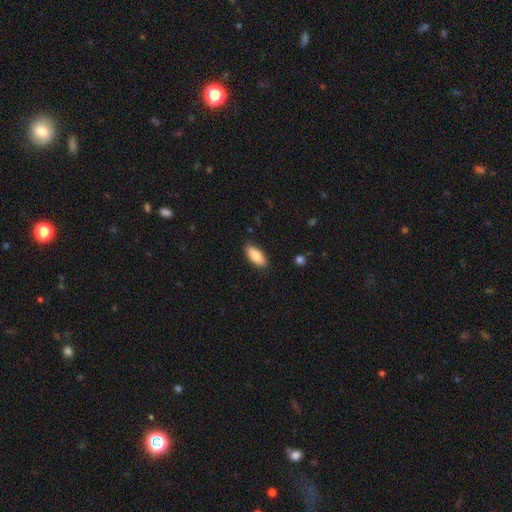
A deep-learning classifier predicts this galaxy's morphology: Smooth or featured?
  - smooth: 85% *
  - featured or disk: 9%
  - star or artifact: 6%
How rounded?
  - in between: 81% *
  - cigar-shaped: 17%
  - round: 2%
Merging?
  - none: 87% *
  - minor disturbance: 10%
  - major disturbance: 2%
  - merger: 1%